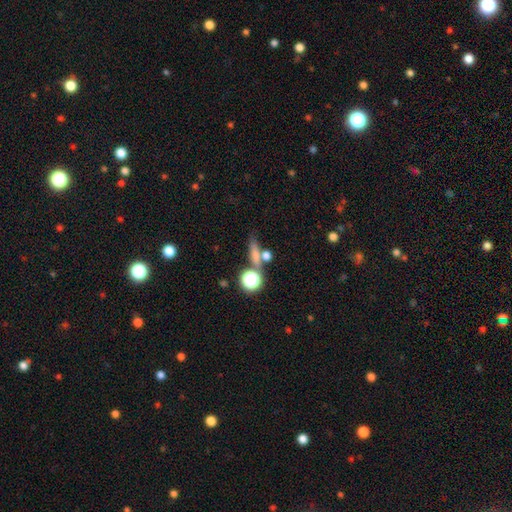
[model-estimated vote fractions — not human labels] This appears to be a smooth galaxy with no disk features (66%) that is cigar-shaped (43%). Merging: none (58%).